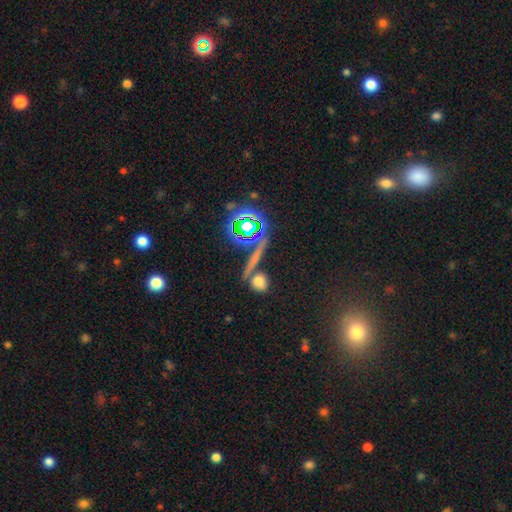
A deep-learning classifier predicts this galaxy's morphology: Overall: star or artifact (48%; smooth 34%).